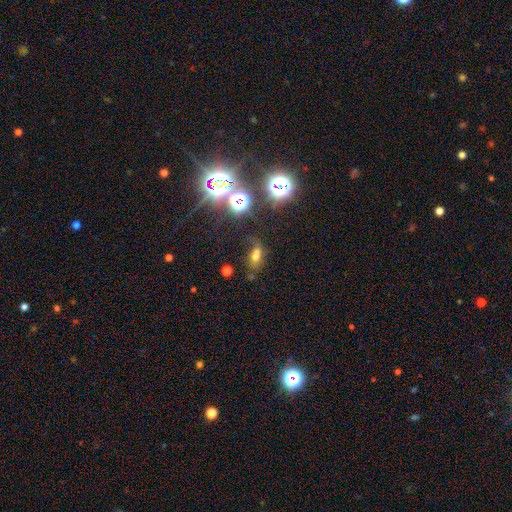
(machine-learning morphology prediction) smooth-or-featured: smooth: 50% | star or artifact: 33% | featured or disk: 18%
  merging: none: 45% | merger: 21% | minor disturbance: 18% | major disturbance: 15%